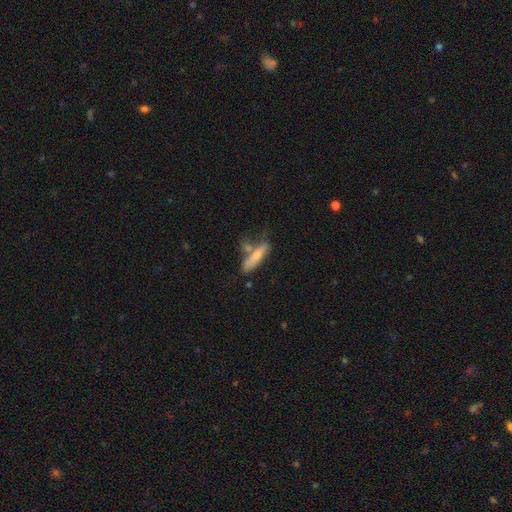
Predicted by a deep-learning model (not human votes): This appears to be a smooth galaxy with no disk features (73%) that is cigar-shaped (69%). Merging: none (51%).